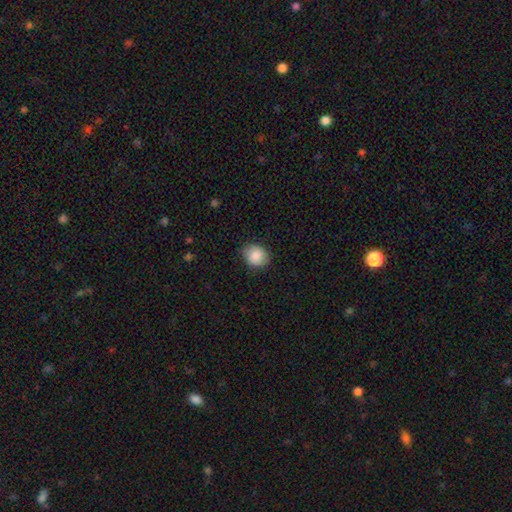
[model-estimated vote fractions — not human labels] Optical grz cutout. It shows a smooth galaxy with no disk features (87%) that is round (65%). Merging: none (81%).